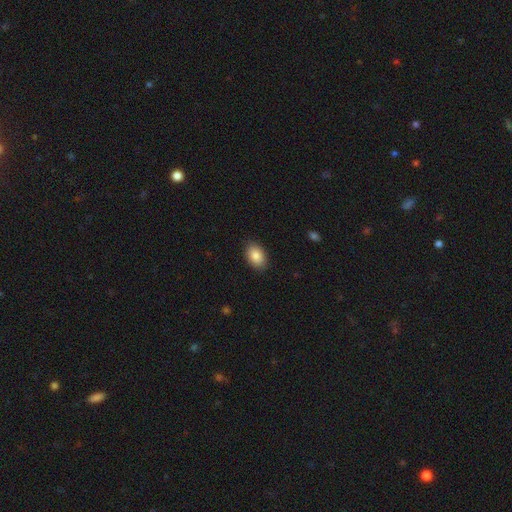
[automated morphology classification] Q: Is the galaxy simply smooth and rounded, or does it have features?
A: smooth — 85%.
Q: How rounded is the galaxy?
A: in between — 86%.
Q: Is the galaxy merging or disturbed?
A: none — 88%.